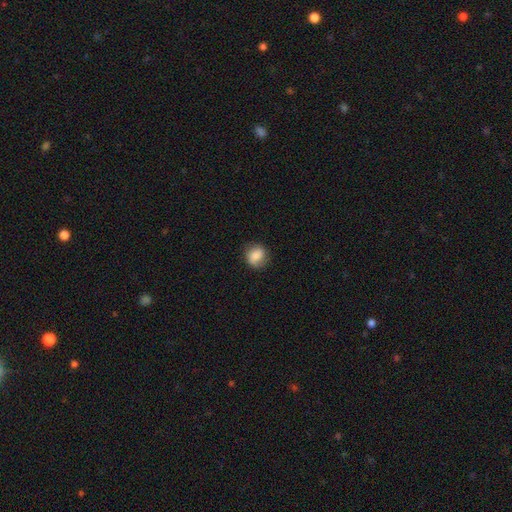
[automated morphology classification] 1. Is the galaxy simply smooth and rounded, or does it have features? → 81% smooth, 10% featured or disk, 8% star or artifact.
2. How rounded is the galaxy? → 73% round, 26% in between, 1% cigar-shaped.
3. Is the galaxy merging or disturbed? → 81% none, 14% minor disturbance, 4% major disturbance, 1% merger.